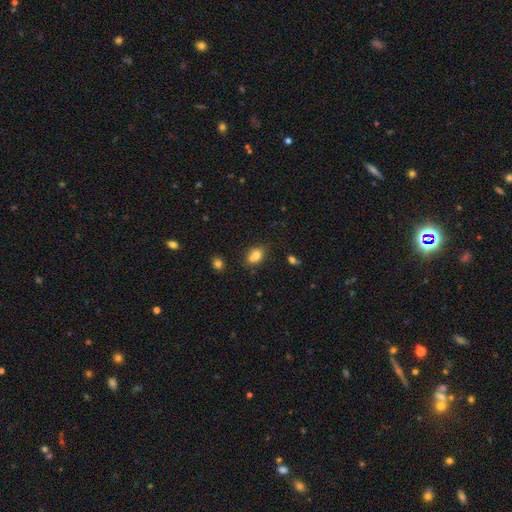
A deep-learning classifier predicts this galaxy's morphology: smooth_or_featured: smooth (p=0.77) [alt: featured or disk p=0.12]
how_rounded: in between (p=0.68) [alt: round p=0.30]
merging: none (p=0.49) [alt: merger p=0.29]